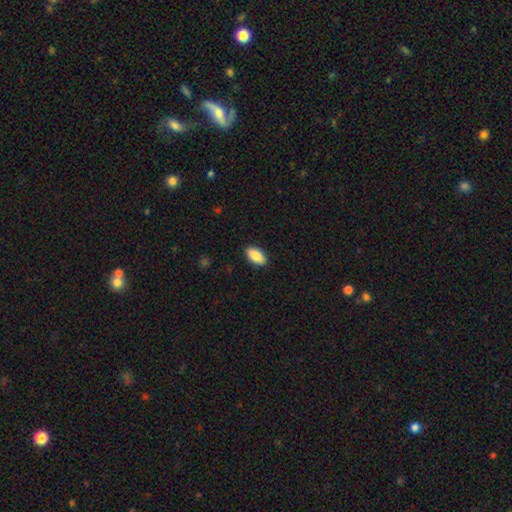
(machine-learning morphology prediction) A smooth galaxy with no disk features (88%) that is in between round and cigar-shaped (94%).

Vote fractions:
- Smooth or featured? smooth: 88% / star or artifact: 6% / featured or disk: 6%
- How rounded? in between: 94% / cigar-shaped: 4% / round: 3%
- Merging? none: 90% / minor disturbance: 8% / major disturbance: 2% / merger: 1%